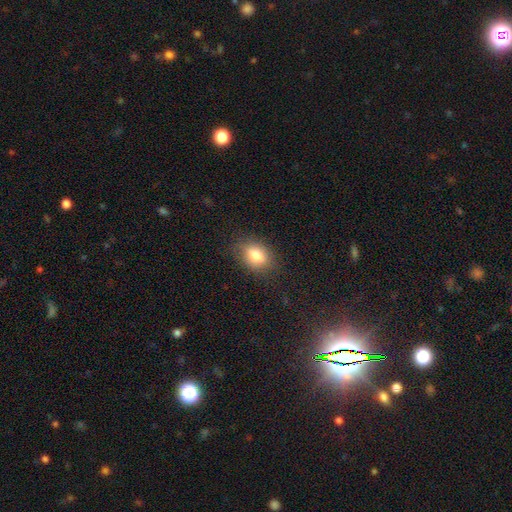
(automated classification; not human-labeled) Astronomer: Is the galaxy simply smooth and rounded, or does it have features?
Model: smooth — 79%.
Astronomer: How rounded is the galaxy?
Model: in between — 79%.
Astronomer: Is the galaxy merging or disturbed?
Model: none — 78%.